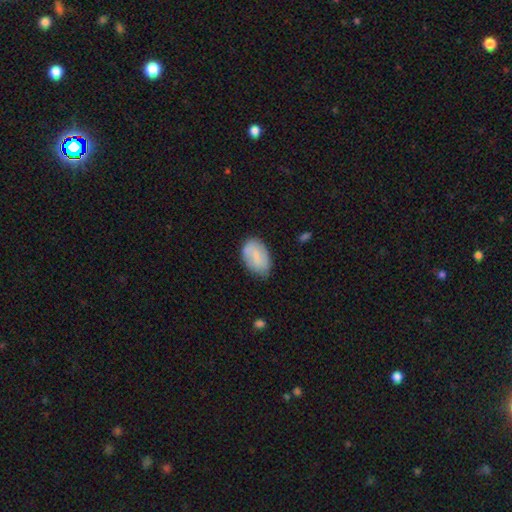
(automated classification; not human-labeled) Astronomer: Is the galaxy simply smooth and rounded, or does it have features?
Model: smooth — 67%.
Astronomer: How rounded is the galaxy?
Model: in between — 91%.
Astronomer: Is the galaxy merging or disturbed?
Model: none — 67%.